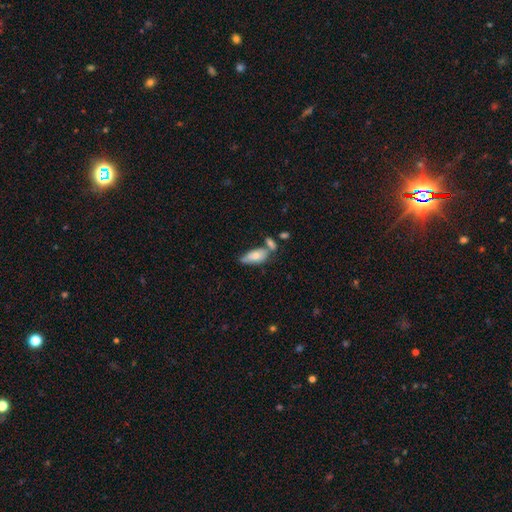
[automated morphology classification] smooth-or-featured: smooth: 66% | featured or disk: 27% | star or artifact: 7%
  how-rounded: in between: 85% | cigar-shaped: 12% | round: 3%
  merging: none: 40% | merger: 30% | minor disturbance: 22% | major disturbance: 8%